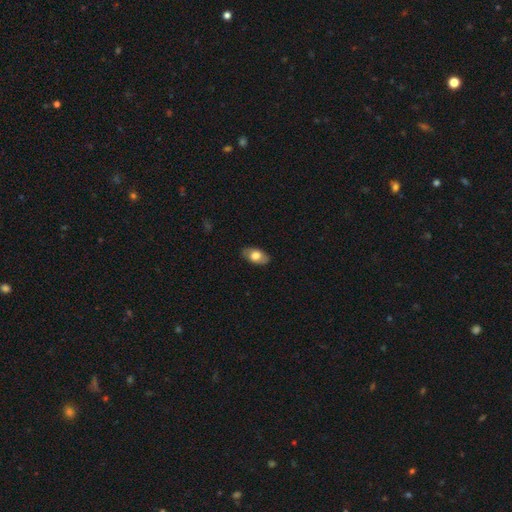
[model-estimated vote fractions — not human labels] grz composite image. It shows a smooth galaxy with no disk features (67%) that is in between round and cigar-shaped (92%). Merging: none (84%).